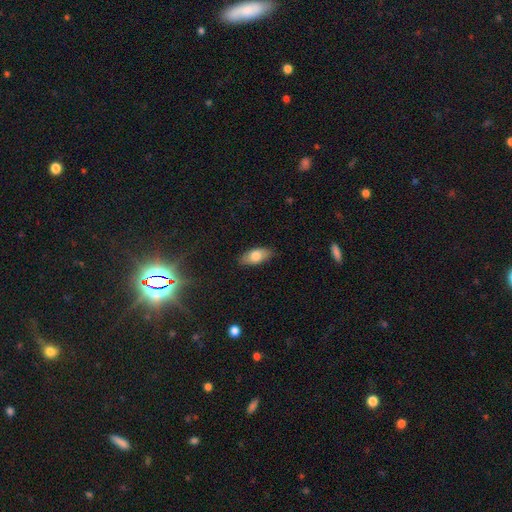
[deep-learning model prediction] smooth_or_featured: smooth (p=0.77) [alt: featured or disk p=0.16]
how_rounded: in between (p=0.88) [alt: cigar-shaped p=0.09]
merging: none (p=0.85) [alt: minor disturbance p=0.11]